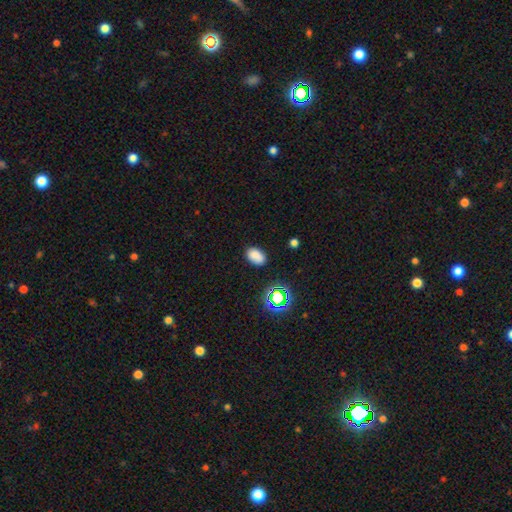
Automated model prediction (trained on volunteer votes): Q: Smooth or featured?
A: smooth (80%); runner-up: star or artifact (15%)
Q: How rounded?
A: in between (88%); runner-up: round (11%)
Q: Merging?
A: none (83%); runner-up: minor disturbance (12%)